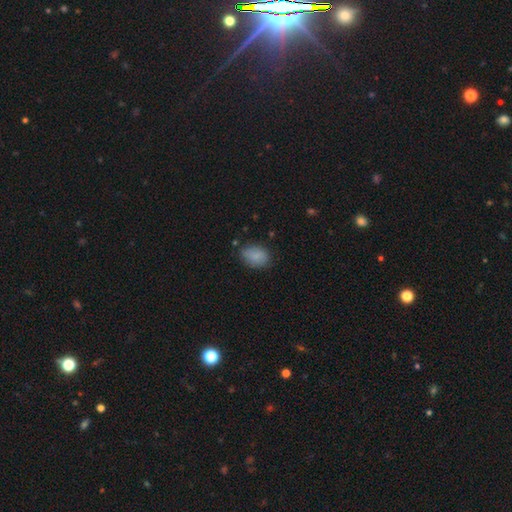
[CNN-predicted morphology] This is clearly a smooth galaxy (85%). How rounded: likely in between (74%). Merging: likely none (70%).